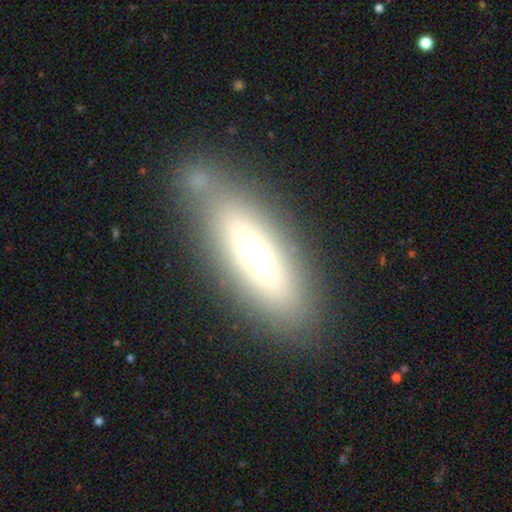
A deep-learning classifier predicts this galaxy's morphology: The model was most divided on "how rounded": in between: 54%, cigar-shaped: 43%, round: 3%. More confident: merging — none (70%); smooth or featured — smooth (58%).